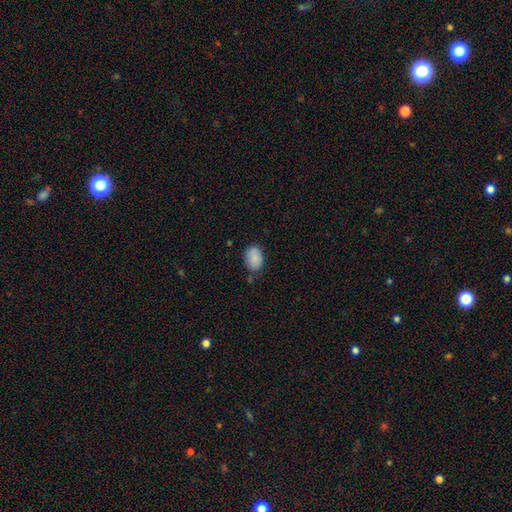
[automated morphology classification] smooth-or-featured: smooth: 88% | star or artifact: 7% | featured or disk: 5%
  how-rounded: in between: 83% | round: 16% | cigar-shaped: 1%
  merging: none: 72% | minor disturbance: 21% | major disturbance: 4% | merger: 3%